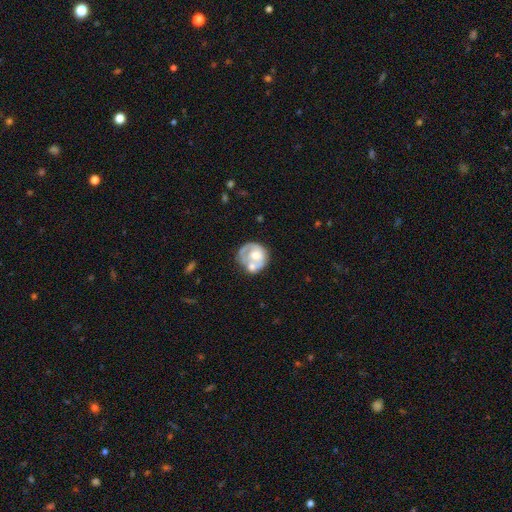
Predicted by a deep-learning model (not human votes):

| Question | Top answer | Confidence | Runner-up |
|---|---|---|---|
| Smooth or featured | featured or disk | 54% | smooth (39%) |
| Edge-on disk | no | 97% | yes (3%) |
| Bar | no | 84% | weak (13%) |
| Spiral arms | no | 68% | yes (32%) |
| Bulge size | moderate | 58% | small (17%) |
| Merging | none | 38% | merger (29%) |